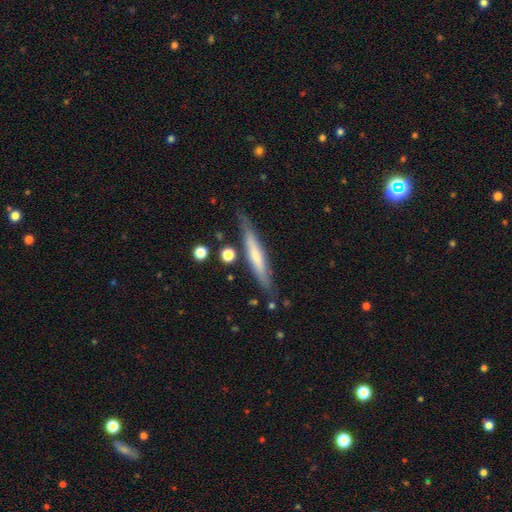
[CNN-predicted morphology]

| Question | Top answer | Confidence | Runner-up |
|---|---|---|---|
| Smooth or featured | smooth | 50% | featured or disk (44%) |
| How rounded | cigar-shaped | 93% | in between (5%) |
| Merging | none | 80% | minor disturbance (14%) |